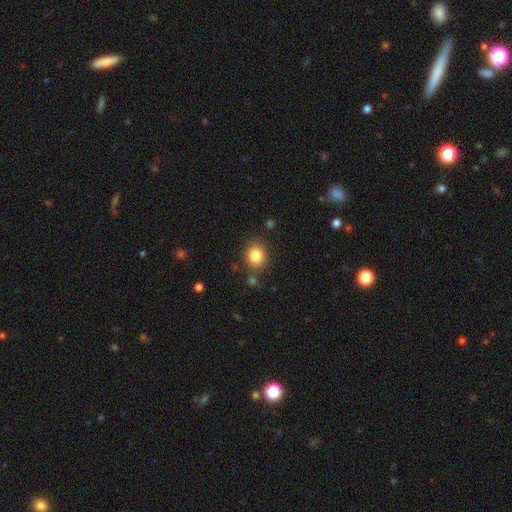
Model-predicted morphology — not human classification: This appears to be a smooth galaxy with no disk features (84%) that is round (77%). Merging: none (81%).